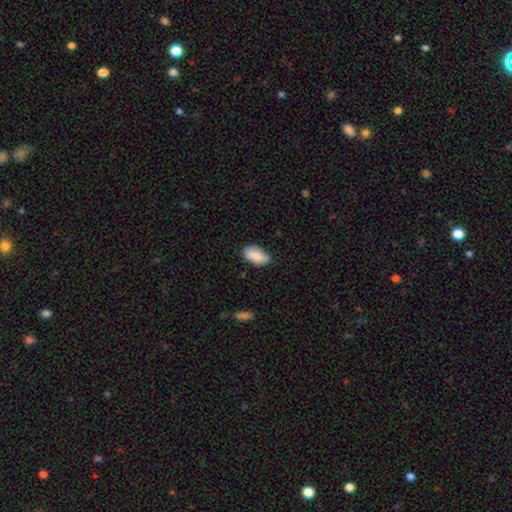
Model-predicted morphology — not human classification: Smooth or featured: smooth — 87% (featured or disk — 7%)
How rounded: in between — 93% (cigar-shaped — 4%)
Merging: none — 71% (minor disturbance — 24%)